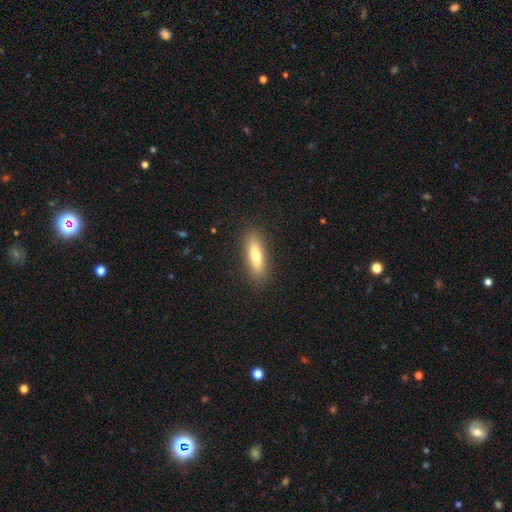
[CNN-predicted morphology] smooth_or_featured: smooth (p=0.70) [alt: featured or disk p=0.24]
how_rounded: cigar-shaped (p=0.63) [alt: in between p=0.34]
merging: none (p=0.89) [alt: minor disturbance p=0.08]